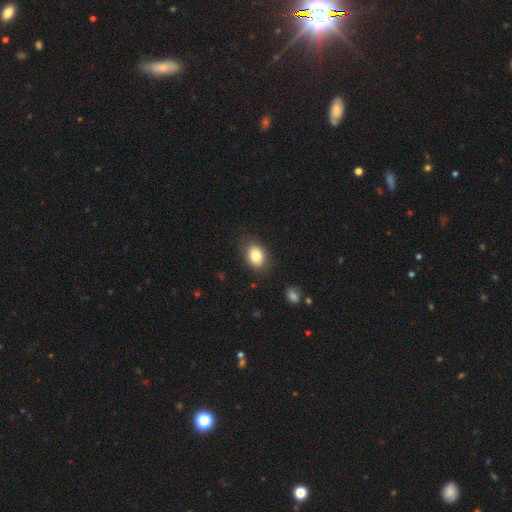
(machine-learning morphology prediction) Q: Smooth or featured?
A: smooth (81%); runner-up: featured or disk (11%)
Q: How rounded?
A: in between (72%); runner-up: round (27%)
Q: Merging?
A: none (82%); runner-up: minor disturbance (13%)